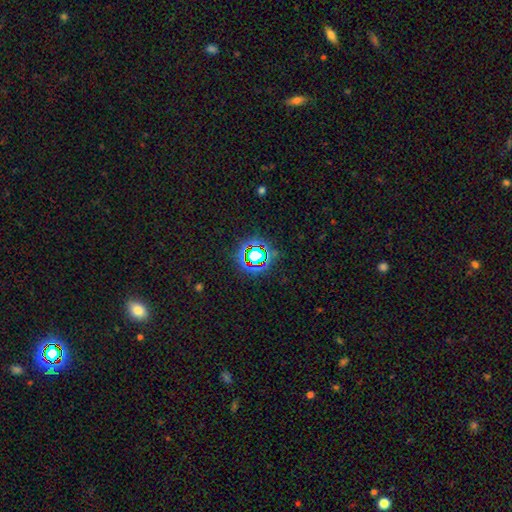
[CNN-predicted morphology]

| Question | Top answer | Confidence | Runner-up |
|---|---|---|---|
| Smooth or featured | star or artifact | 69% | smooth (20%) |